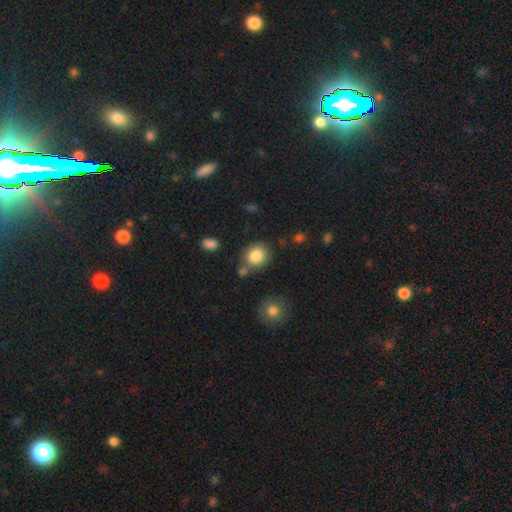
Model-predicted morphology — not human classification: Smooth or featured? Predicted: smooth (p=0.85). How rounded? Predicted: round (p=0.64). Merging? Predicted: none (p=0.67).